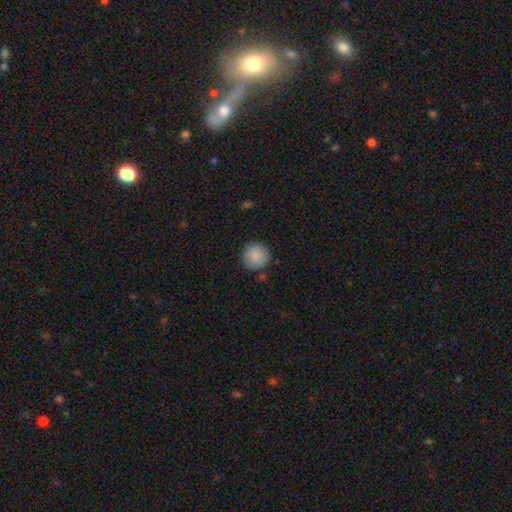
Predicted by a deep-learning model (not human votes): A smooth galaxy with no disk features (88%) that is round (95%). Merging: none (87%).